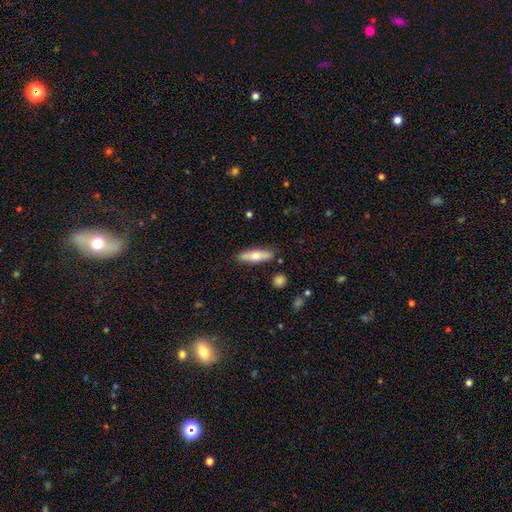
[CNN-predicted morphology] This is possibly a smooth galaxy (58%). How rounded: likely cigar-shaped (66%). Merging: clearly none (84%).